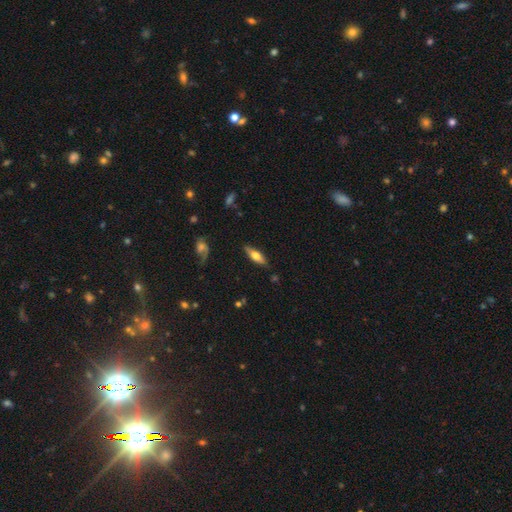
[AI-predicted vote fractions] Overall: smooth (48%; featured or disk 46%). Merging: none (84%).